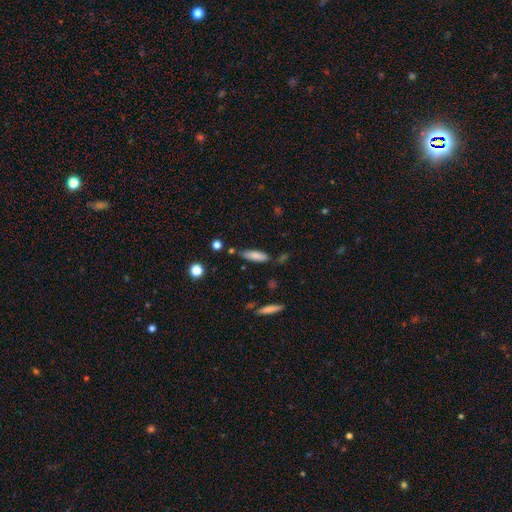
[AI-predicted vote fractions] A smooth galaxy with no disk features (80%) that is cigar-shaped (55%). Merging: none (69%).